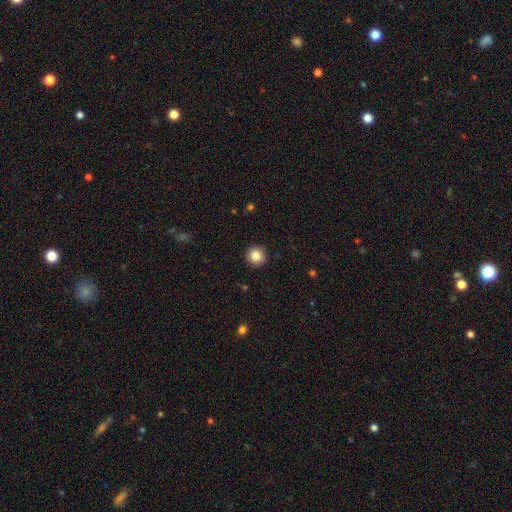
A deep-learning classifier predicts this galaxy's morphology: A smooth galaxy with no disk features (85%) that is round (95%). Merging: none (91%).